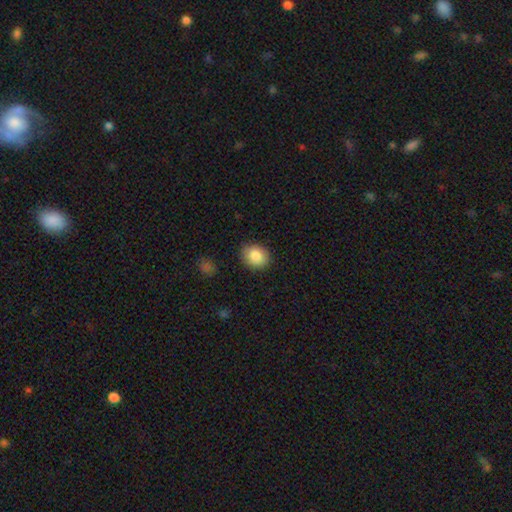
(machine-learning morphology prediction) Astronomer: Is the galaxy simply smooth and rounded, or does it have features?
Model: smooth — 86%.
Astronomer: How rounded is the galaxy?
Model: round — 54% (runner-up: in between, 45%).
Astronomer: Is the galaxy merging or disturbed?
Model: none — 87%.